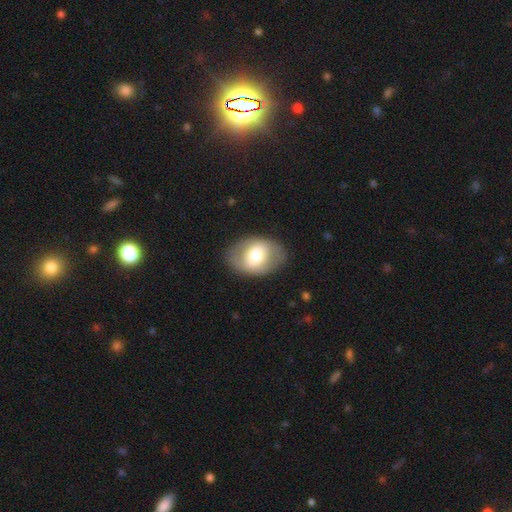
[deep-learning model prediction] smooth_or_featured: smooth (p=0.58) [alt: featured or disk p=0.36]
how_rounded: in between (p=0.77) [alt: round p=0.22]
merging: none (p=0.82) [alt: minor disturbance p=0.12]